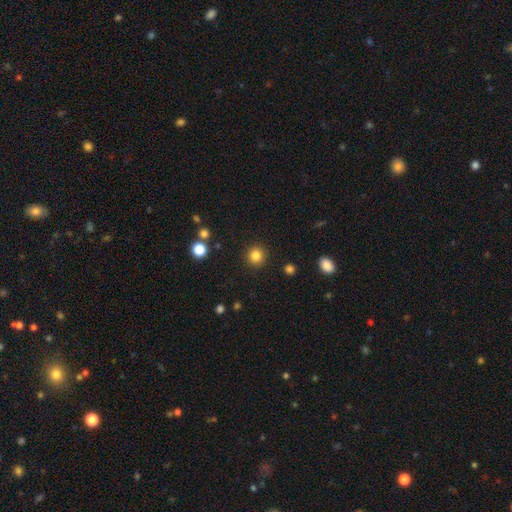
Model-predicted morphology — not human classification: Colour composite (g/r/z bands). It shows a smooth galaxy with no disk features (83%) that is round (93%). Merging: none (91%).